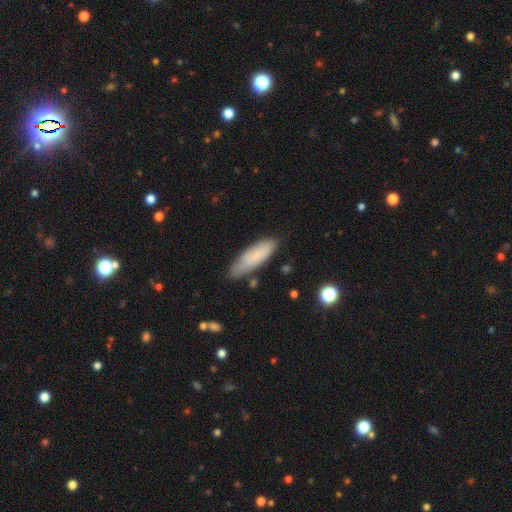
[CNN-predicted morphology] Overall: smooth (77%). How rounded: in between (52%; cigar-shaped 46%). Merging: none (74%).